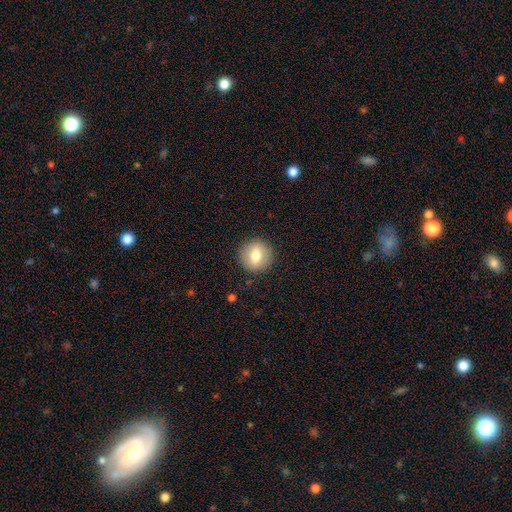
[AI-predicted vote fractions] smooth 66%, featured or disk 25%, star or artifact 9%. Down the decision tree: how rounded — round (86%); merging — none (89%).